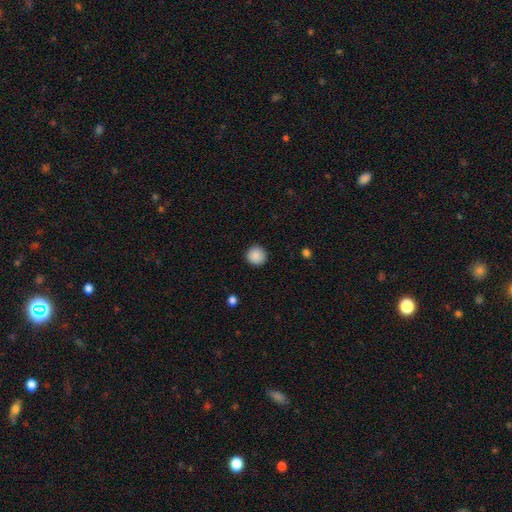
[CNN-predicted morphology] Smooth or featured: smooth — 89% (star or artifact — 8%)
How rounded: round — 95% (in between — 4%)
Merging: none — 91% (minor disturbance — 6%)